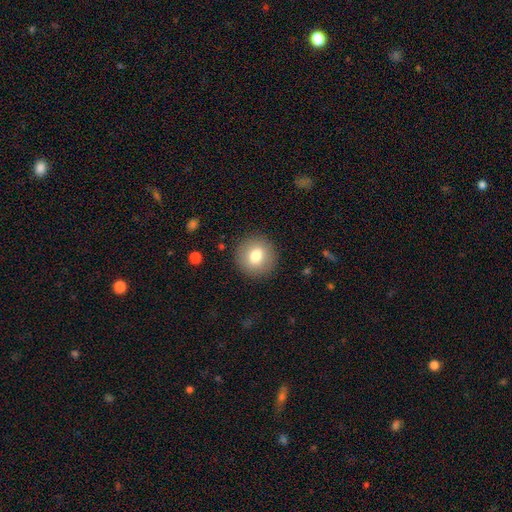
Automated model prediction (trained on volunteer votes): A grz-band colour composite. It shows a smooth galaxy with no disk features (77%) that is round (91%). Merging: none (90%).